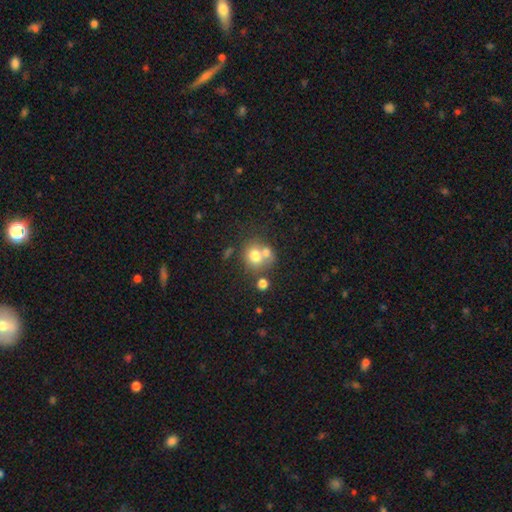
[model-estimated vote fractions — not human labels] Q: Smooth or featured?
A: smooth (71%); runner-up: featured or disk (17%)
Q: How rounded?
A: round (74%); runner-up: in between (25%)
Q: Merging?
A: none (43%); runner-up: merger (41%)